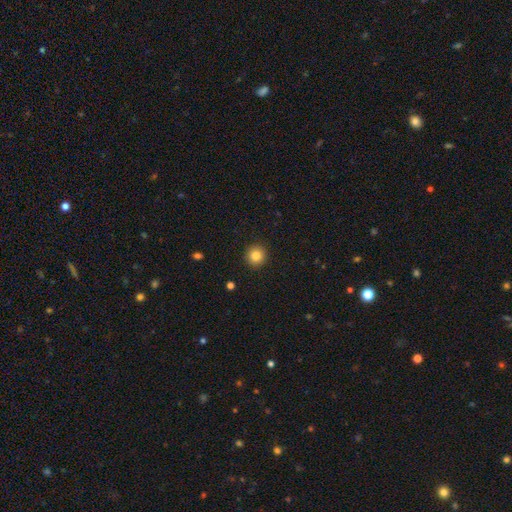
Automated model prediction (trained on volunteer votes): smooth 85%, star or artifact 10%, featured or disk 5%. Down the decision tree: how rounded — round (93%); merging — none (92%).